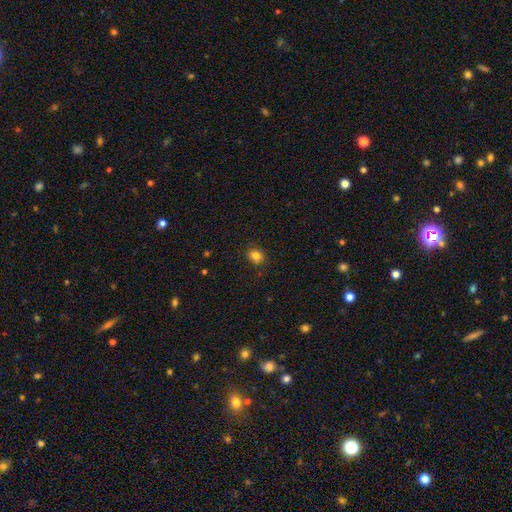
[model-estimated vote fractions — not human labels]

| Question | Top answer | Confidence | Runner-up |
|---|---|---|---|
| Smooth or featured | smooth | 83% | star or artifact (12%) |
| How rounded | in between | 53% | round (46%) |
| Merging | none | 84% | minor disturbance (12%) |